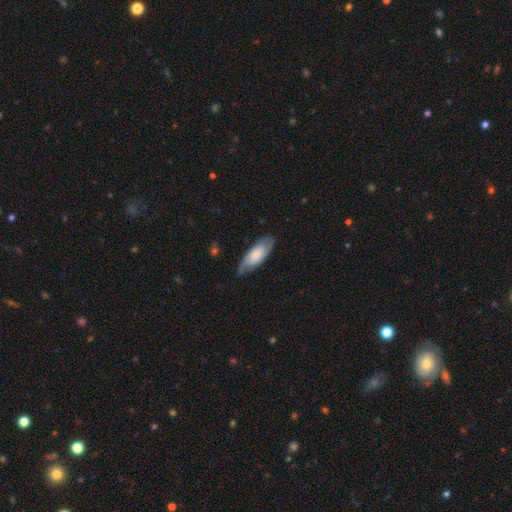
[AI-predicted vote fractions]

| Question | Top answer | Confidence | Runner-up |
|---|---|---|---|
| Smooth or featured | smooth | 57% | featured or disk (37%) |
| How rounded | in between | 73% | cigar-shaped (26%) |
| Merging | none | 72% | minor disturbance (21%) |